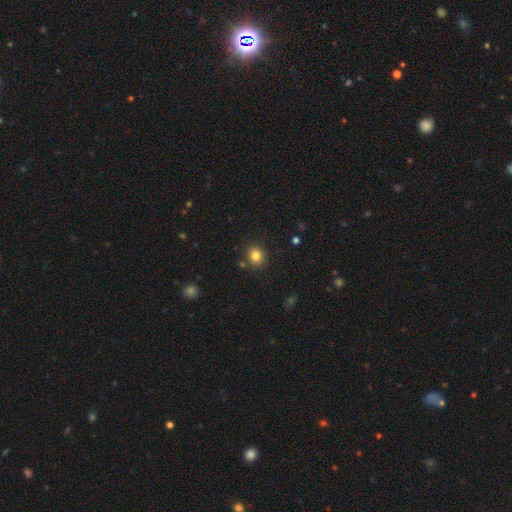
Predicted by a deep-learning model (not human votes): smooth 82%, star or artifact 12%, featured or disk 6%. Down the decision tree: how rounded — round (79%); merging — none (84%).